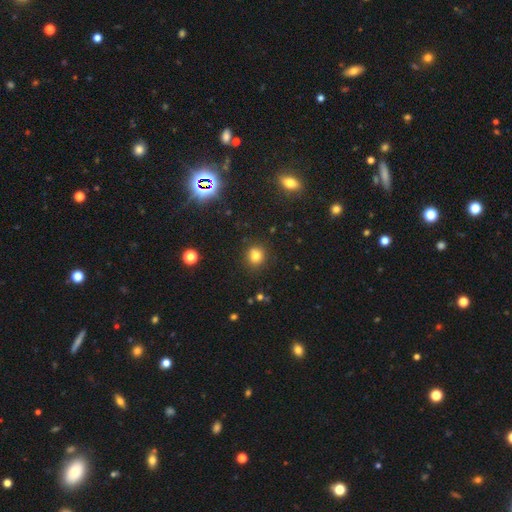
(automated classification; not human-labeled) smooth 78%, star or artifact 15%, featured or disk 7%. Down the decision tree: how rounded — round (83%); merging — none (85%).